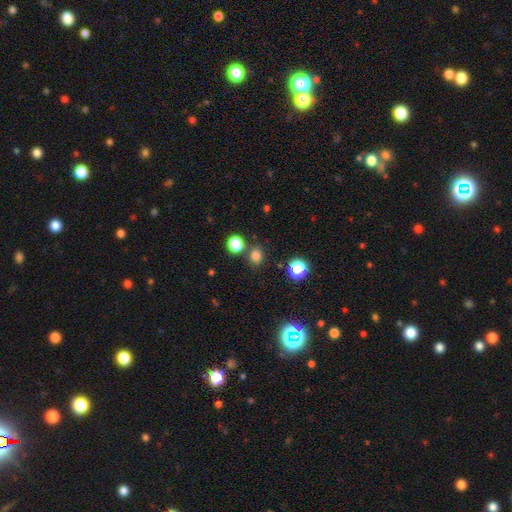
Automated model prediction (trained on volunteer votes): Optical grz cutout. It shows a smooth galaxy with no disk features (76%) that is round (70%). Merging: none (78%).